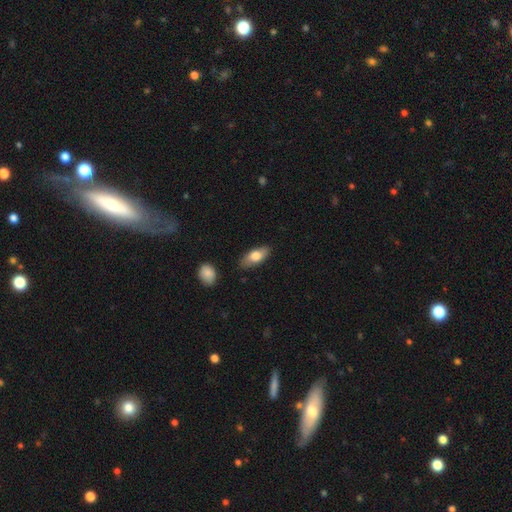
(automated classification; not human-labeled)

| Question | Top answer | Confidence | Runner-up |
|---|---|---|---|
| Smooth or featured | smooth | 76% | featured or disk (18%) |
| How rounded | in between | 83% | cigar-shaped (13%) |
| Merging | none | 83% | minor disturbance (13%) |